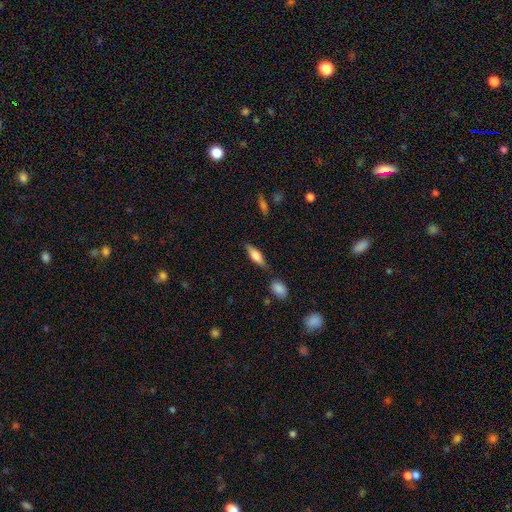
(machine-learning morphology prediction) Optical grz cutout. It shows a smooth galaxy with no disk features (67%) that is in between round and cigar-shaped (55%). Merging: none (74%).